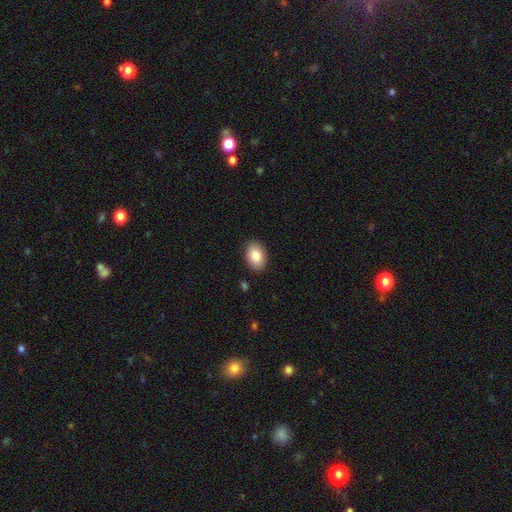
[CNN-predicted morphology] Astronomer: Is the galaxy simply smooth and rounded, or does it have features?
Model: smooth — 85%.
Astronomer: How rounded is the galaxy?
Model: in between — 86%.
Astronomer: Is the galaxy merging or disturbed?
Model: none — 89%.